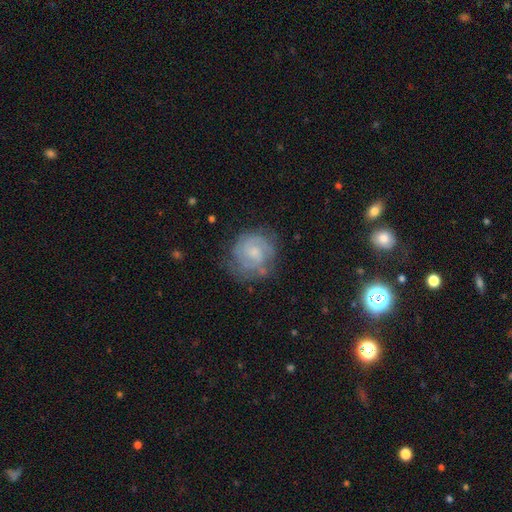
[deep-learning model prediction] Smooth or featured? featured or disk (69%)
Edge-on disk? no (98%)
Bar? no (56%)
Spiral arms? yes (89%)
Spiral winding? tight (58%)
Spiral arm count? 2 (49%)
Bulge size? small (48%)
Merging? none (69%)